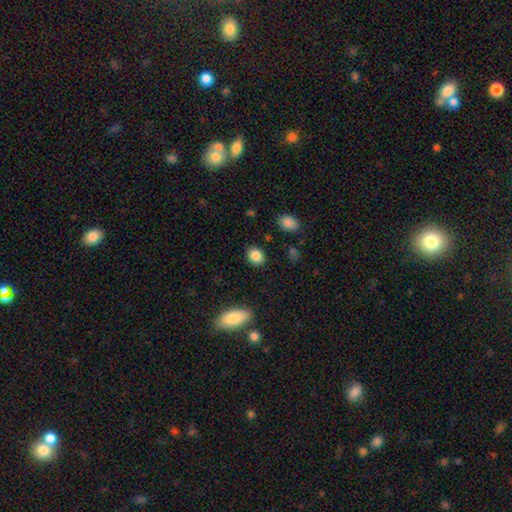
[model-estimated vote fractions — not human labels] Smooth or featured? Predicted: smooth (p=0.87). How rounded? Predicted: round (p=0.50). Merging? Predicted: none (p=0.88).